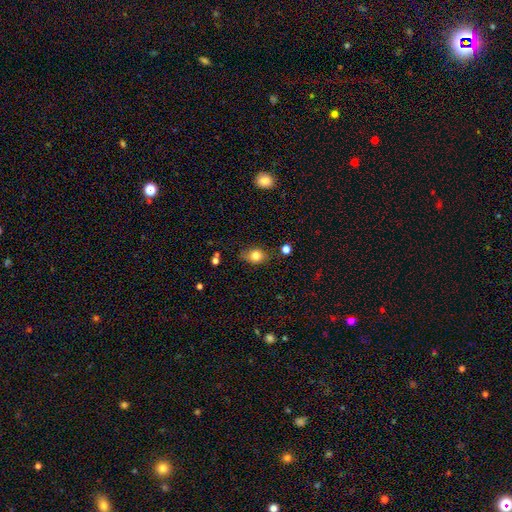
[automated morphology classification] Smooth or featured? Predicted: smooth (p=0.79). How rounded? Predicted: in between (p=0.59). Merging? Predicted: none (p=0.71).